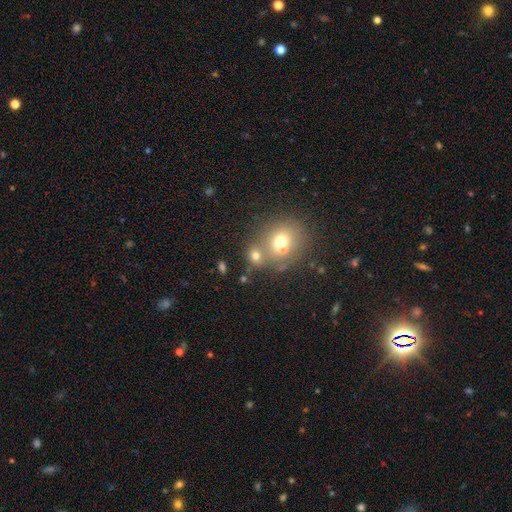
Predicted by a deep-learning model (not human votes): The model was most divided on "merging": merger: 45%, none: 41%, minor disturbance: 9%, major disturbance: 5%. More confident: how rounded — round (71%); smooth or featured — smooth (66%).